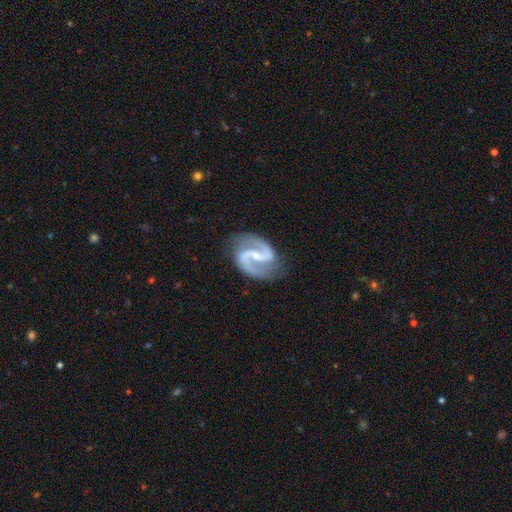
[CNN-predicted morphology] The model was most divided on "bar": weak: 48%, strong: 30%, no: 22%. More confident: edge-on disk — no (98%); spiral arms — yes (98%); spiral arm count — 2 (95%); smooth or featured — featured or disk (93%); merging — none (81%); spiral winding — medium (64%); bulge size — small (60%).